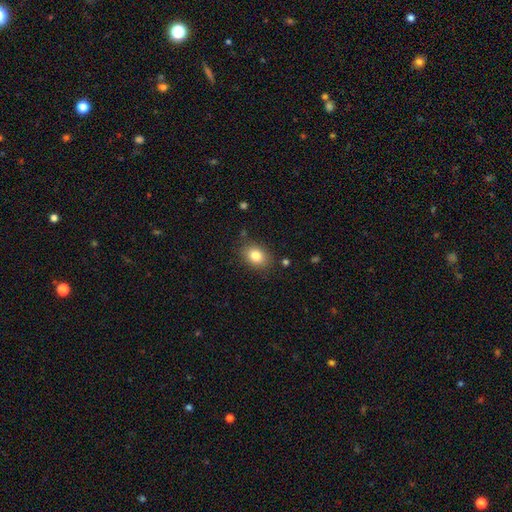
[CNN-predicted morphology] Smooth or featured?
  - smooth: 82% *
  - star or artifact: 10%
  - featured or disk: 8%
How rounded?
  - in between: 65% *
  - round: 34%
  - cigar-shaped: 1%
Merging?
  - none: 84% *
  - minor disturbance: 11%
  - major disturbance: 3%
  - merger: 2%